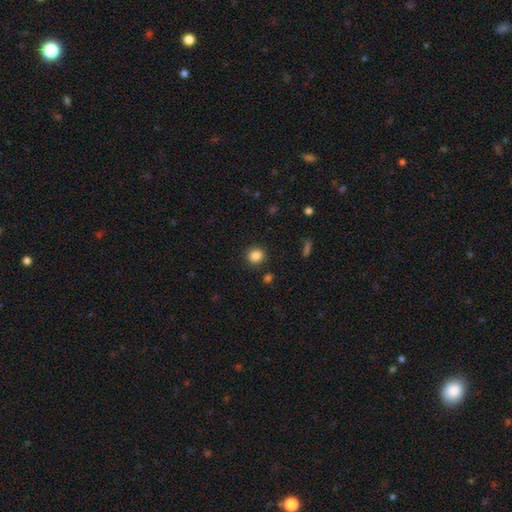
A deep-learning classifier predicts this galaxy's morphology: Q: Smooth or featured?
A: smooth (86%); runner-up: star or artifact (11%)
Q: How rounded?
A: round (80%); runner-up: in between (19%)
Q: Merging?
A: none (87%); runner-up: minor disturbance (9%)